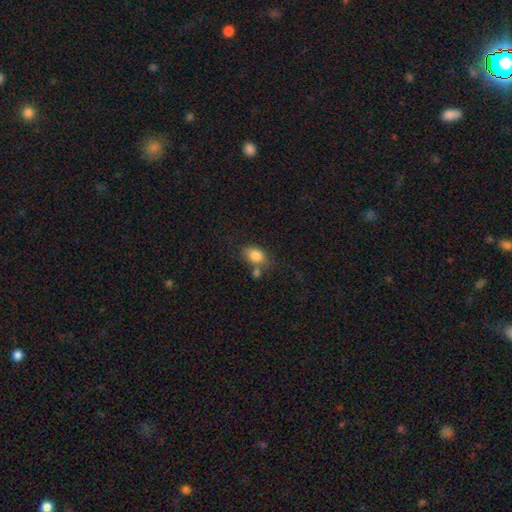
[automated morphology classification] type=smooth (83%); roundness=in between (81%); merging=none (58%).